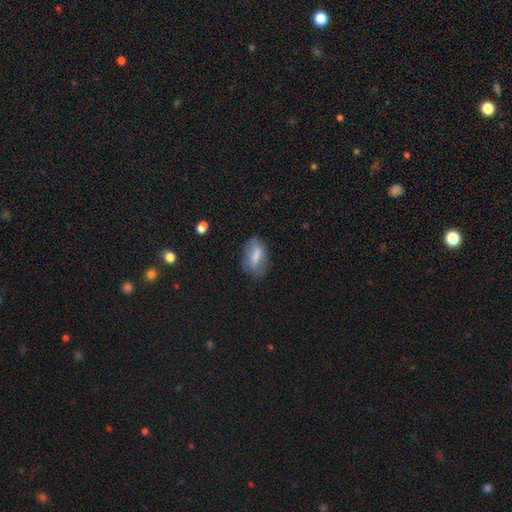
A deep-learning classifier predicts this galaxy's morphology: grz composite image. It shows a smooth galaxy with no disk features (69%) that is in between round and cigar-shaped (85%). Merging: none (59%).